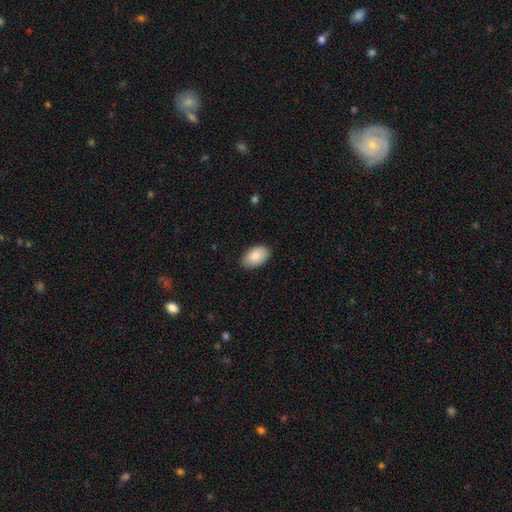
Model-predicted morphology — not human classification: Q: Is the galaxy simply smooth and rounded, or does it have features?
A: smooth — 87%.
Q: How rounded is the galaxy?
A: in between — 94%.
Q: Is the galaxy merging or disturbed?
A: none — 86%.